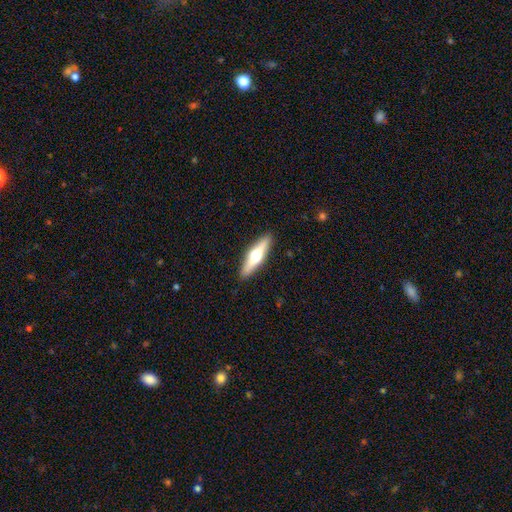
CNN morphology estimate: Smooth or featured? Predicted: featured or disk (p=0.55). Edge-on disk? Predicted: yes (p=0.94). Edge-on bulge? Predicted: rounded (p=0.95). Merging? Predicted: none (p=0.90).